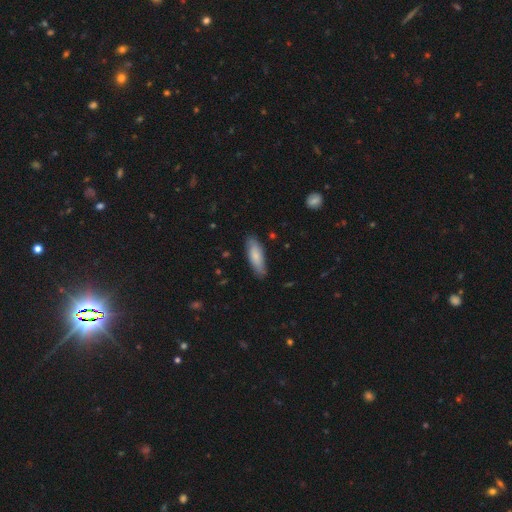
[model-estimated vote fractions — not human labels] A smooth galaxy with no disk features (79%) that is in between round and cigar-shaped (53%). Merging: none (83%).